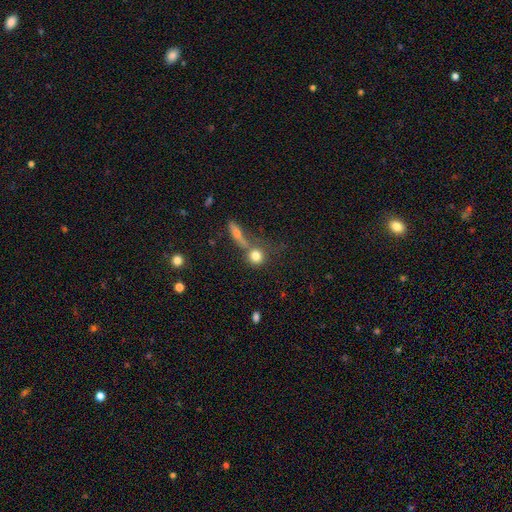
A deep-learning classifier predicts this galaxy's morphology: smooth 78%, featured or disk 12%, star or artifact 10%. Down the decision tree: how rounded — round (82%); merging — none (52%).